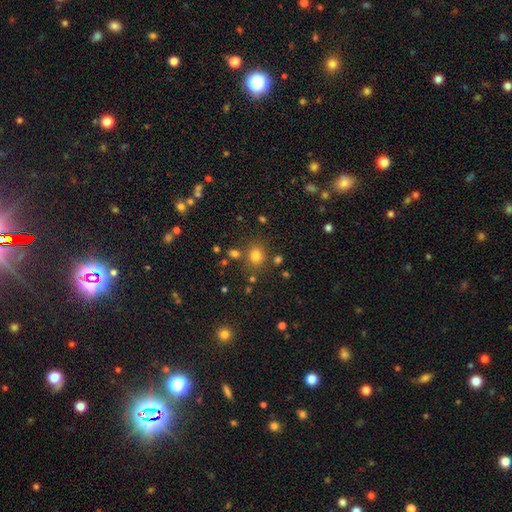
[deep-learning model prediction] Smooth or featured: smooth — 75% (star or artifact — 17%)
How rounded: round — 72% (in between — 27%)
Merging: none — 77% (minor disturbance — 11%)